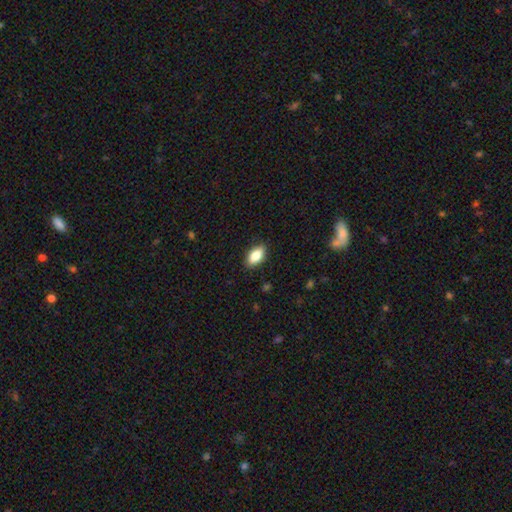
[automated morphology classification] This appears to be a smooth galaxy with no disk features (85%) that is in between round and cigar-shaped (91%). Merging: none (88%).